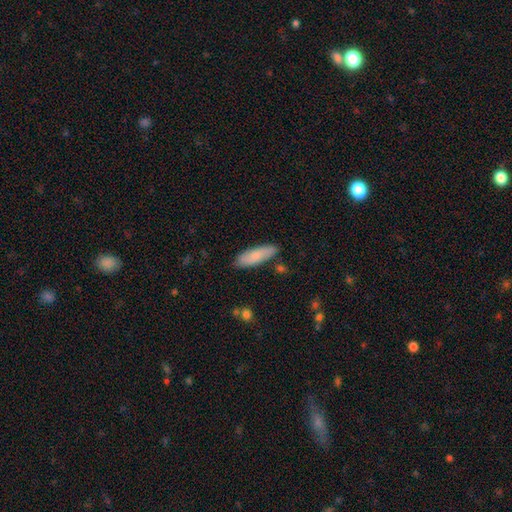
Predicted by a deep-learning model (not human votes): A smooth galaxy with no disk features (79%) that is in between round and cigar-shaped (55%).

Vote fractions:
- Smooth or featured? smooth: 79% / featured or disk: 15% / star or artifact: 6%
- How rounded? in between: 55% / cigar-shaped: 44% / round: 2%
- Merging? none: 83% / minor disturbance: 12% / merger: 2% / major disturbance: 2%